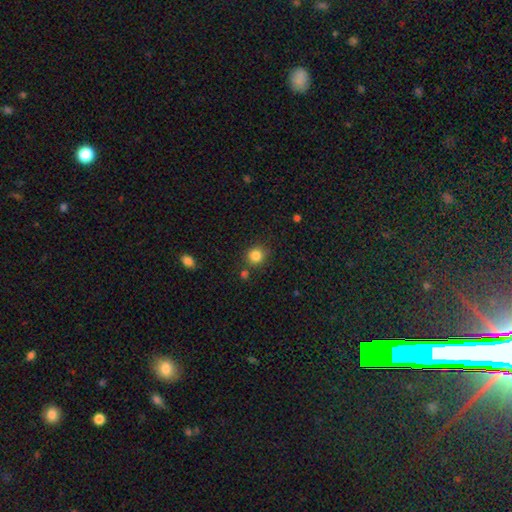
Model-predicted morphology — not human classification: This is clearly a smooth galaxy (84%). How rounded: clearly round (89%). Merging: likely none (80%).